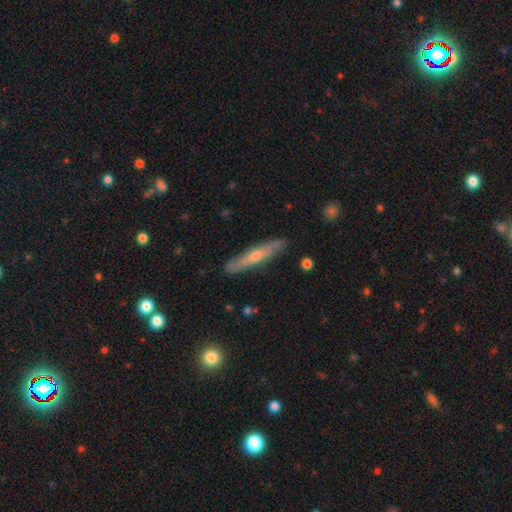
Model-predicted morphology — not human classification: A featured or disk galaxy (51%) viewed edge-on (87%).

Vote fractions:
- Smooth or featured? featured or disk: 51% / smooth: 44% / star or artifact: 6%
- Edge-on disk? yes: 87% / no: 13%
- Merging? none: 88% / minor disturbance: 9% / major disturbance: 2% / merger: 1%